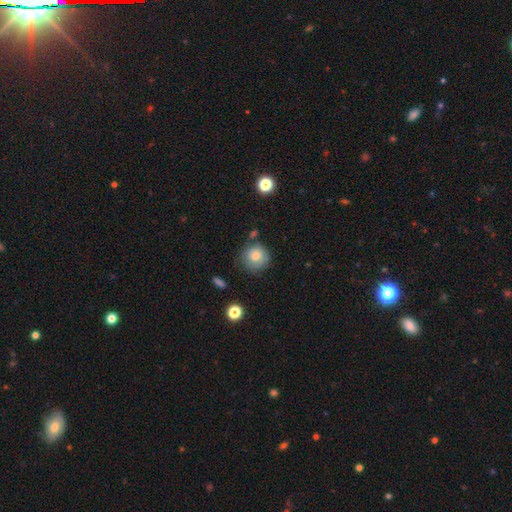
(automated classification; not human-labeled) Morphology: type=smooth (76%); roundness=round (91%); merging=none (72%).